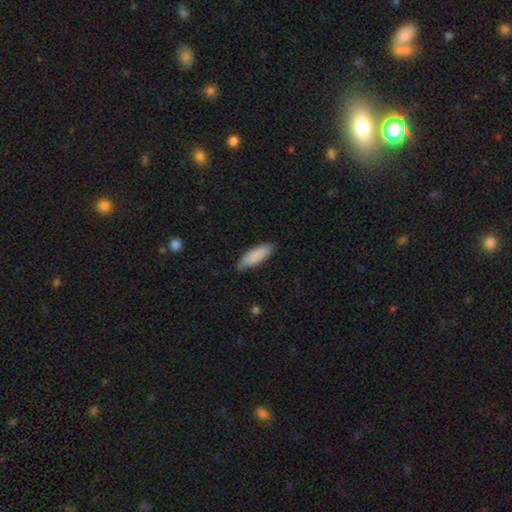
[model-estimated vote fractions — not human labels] Overall: smooth (87%). How rounded: in between (57%; cigar-shaped 41%). Merging: none (77%).